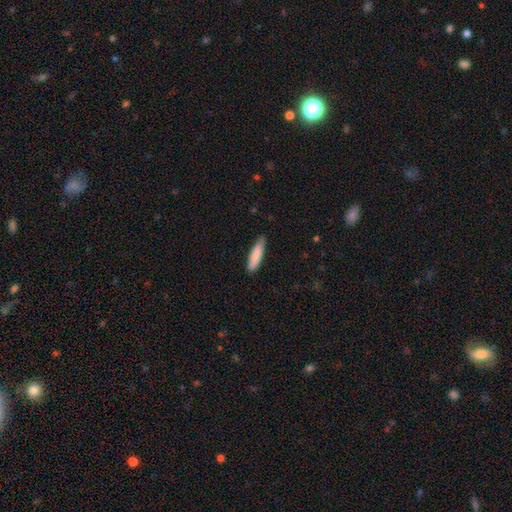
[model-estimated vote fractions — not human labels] The model was most divided on "how rounded": cigar-shaped: 77%, in between: 22%, round: 1%. More confident: smooth or featured — smooth (85%); merging — none (80%).